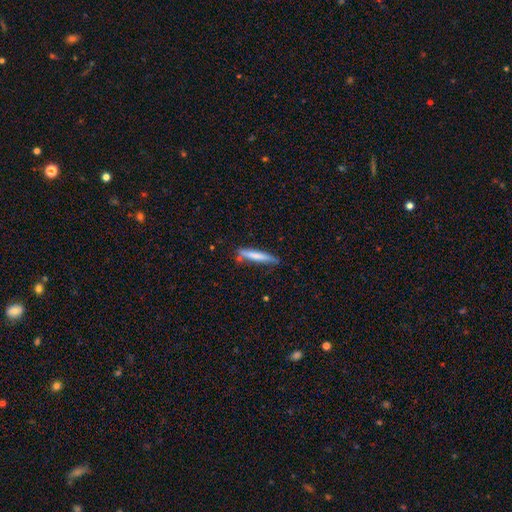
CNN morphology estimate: Smooth or featured?
  - smooth: 70% *
  - featured or disk: 24%
  - star or artifact: 6%
How rounded?
  - cigar-shaped: 93% *
  - in between: 5%
  - round: 1%
Merging?
  - none: 75% *
  - minor disturbance: 17%
  - merger: 4%
  - major disturbance: 3%